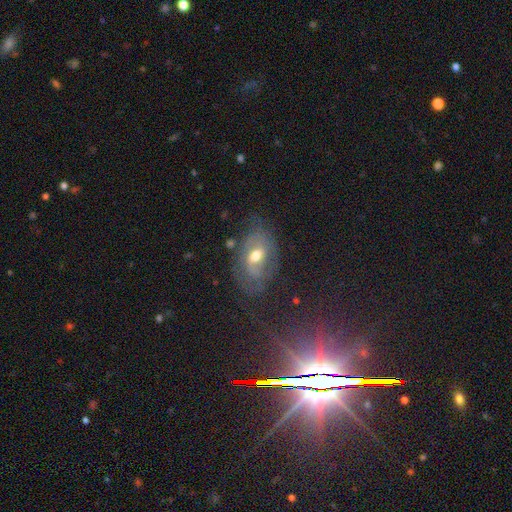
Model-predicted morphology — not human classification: smooth-or-featured: featured or disk: 65% | smooth: 26% | star or artifact: 10%
  disk-edge-on: no: 94% | yes: 6%
    bar: weak: 46% | no: 38% | strong: 16%
    has-spiral-arms: yes: 70% | no: 30%
    bulge-size: moderate: 76% | small: 14% | large: 8% | none: 1% | dominant: 1%
  merging: none: 57% | minor disturbance: 24% | major disturbance: 17% | merger: 3%